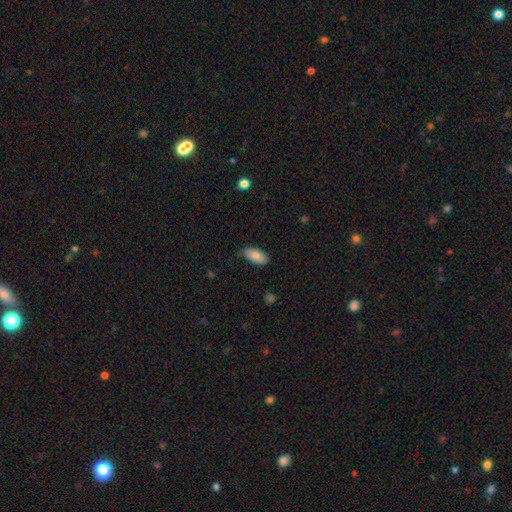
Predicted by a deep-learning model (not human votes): This is clearly a smooth galaxy (85%). How rounded: clearly in between (93%). Merging: likely none (74%).